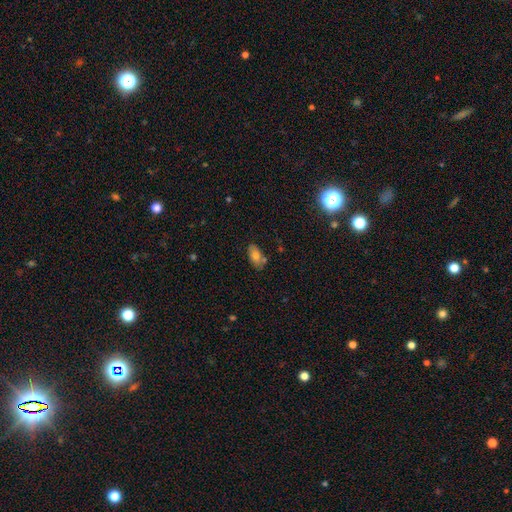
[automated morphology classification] Overall: smooth (74%). How rounded: in between (92%). Merging: none (68%).